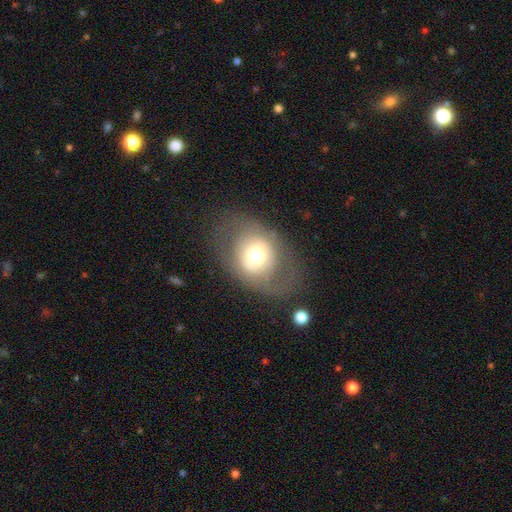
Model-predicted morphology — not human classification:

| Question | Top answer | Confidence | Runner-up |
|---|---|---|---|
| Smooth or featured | smooth | 52% | featured or disk (38%) |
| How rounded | in between | 53% | round (46%) |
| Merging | none | 70% | minor disturbance (14%) |